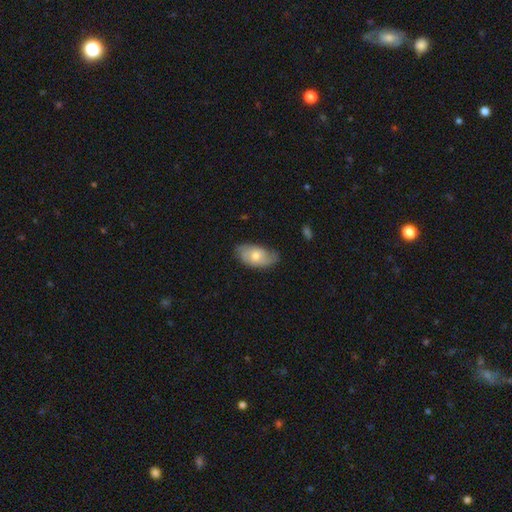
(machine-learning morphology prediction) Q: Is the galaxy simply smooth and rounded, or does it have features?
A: featured or disk — 48%.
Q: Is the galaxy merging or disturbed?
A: none — 69%.